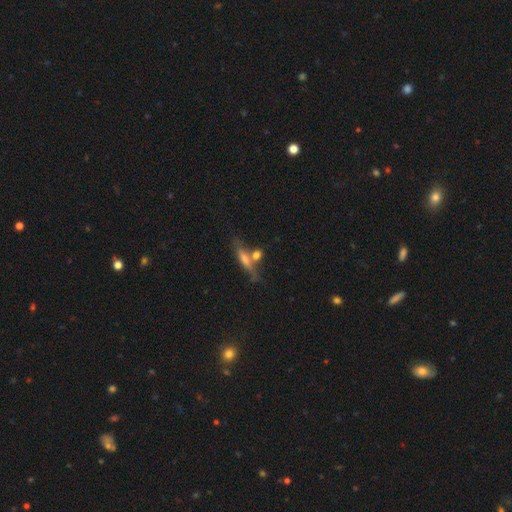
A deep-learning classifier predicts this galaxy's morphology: Smooth or featured? Predicted: smooth (p=0.60). How rounded? Predicted: cigar-shaped (p=0.51). Merging? Predicted: none (p=0.50).